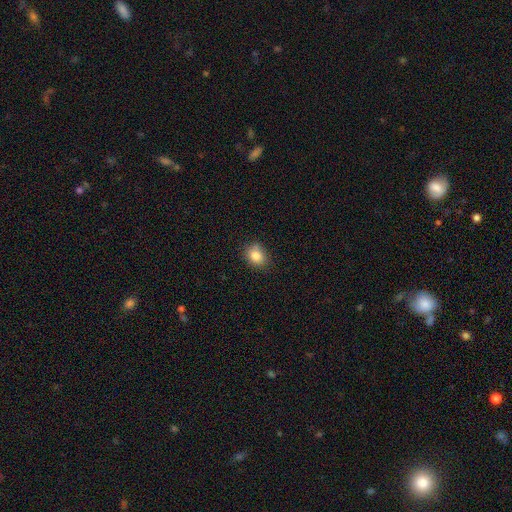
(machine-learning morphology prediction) This is clearly a smooth galaxy (83%). How rounded: possibly round (50%). Merging: likely none (77%).